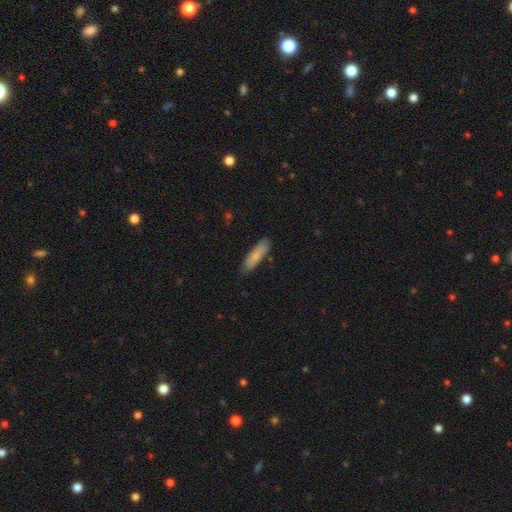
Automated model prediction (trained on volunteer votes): This appears to be a smooth galaxy with no disk features (77%) that is cigar-shaped (55%). Merging: none (79%).